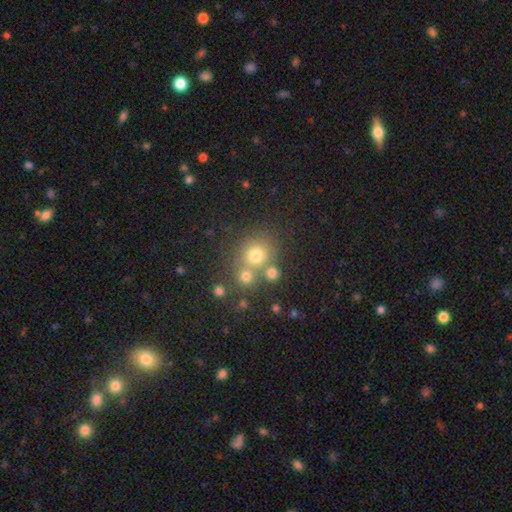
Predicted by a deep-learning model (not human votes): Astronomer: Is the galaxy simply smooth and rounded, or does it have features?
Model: smooth — 70%.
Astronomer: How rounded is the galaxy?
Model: round — 84%.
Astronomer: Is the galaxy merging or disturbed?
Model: none — 62%.